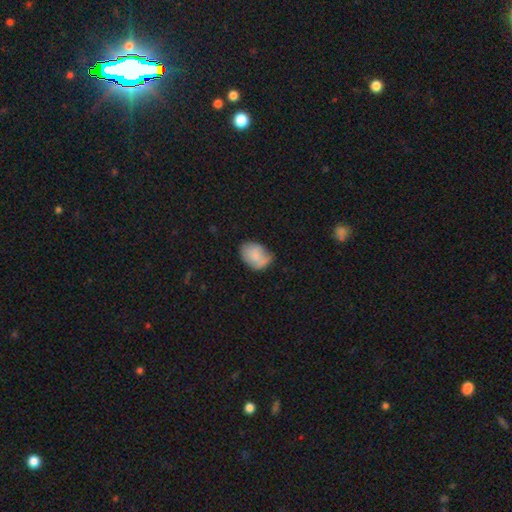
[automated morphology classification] A smooth galaxy with no disk features (78%) that is in between round and cigar-shaped (74%). Merging: none (49%).